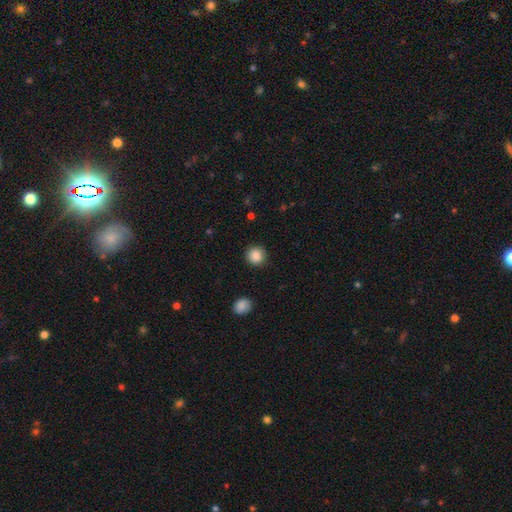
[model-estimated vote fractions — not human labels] Overall: smooth (88%). How rounded: round (91%). Merging: none (90%).